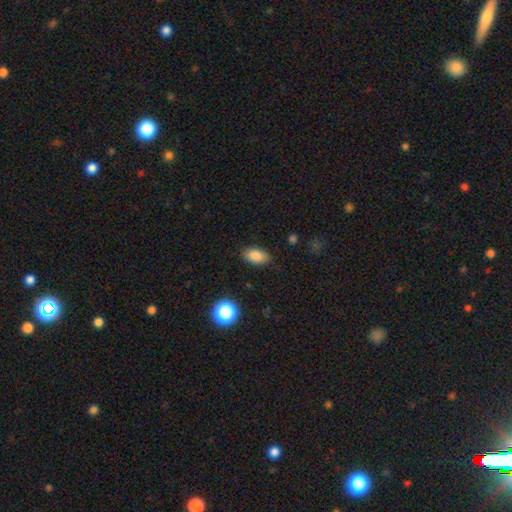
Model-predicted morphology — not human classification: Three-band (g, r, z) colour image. It shows a smooth galaxy with no disk features (85%) that is in between round and cigar-shaped (91%). Merging: none (86%).